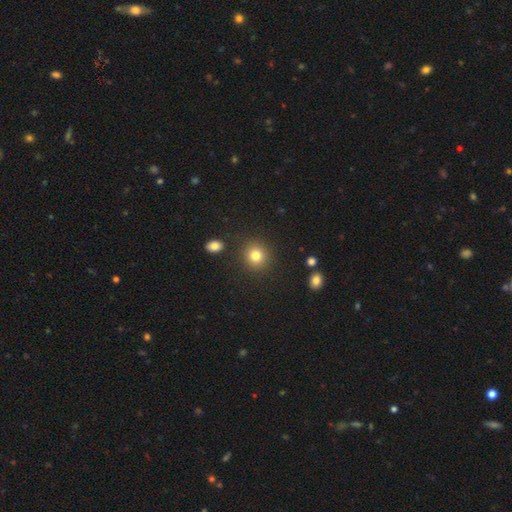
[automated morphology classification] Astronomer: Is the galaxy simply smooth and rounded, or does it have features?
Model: smooth — 81%.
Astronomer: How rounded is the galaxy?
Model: round — 88%.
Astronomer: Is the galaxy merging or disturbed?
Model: none — 89%.